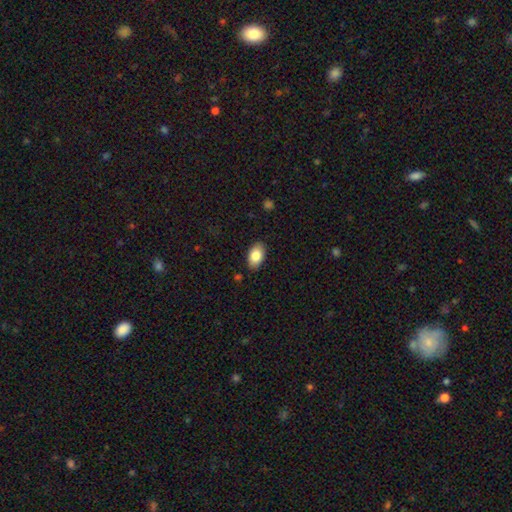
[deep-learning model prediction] smooth_or_featured: smooth (p=0.83) [alt: featured or disk p=0.10]
how_rounded: in between (p=0.93) [alt: round p=0.06]
merging: none (p=0.87) [alt: minor disturbance p=0.10]